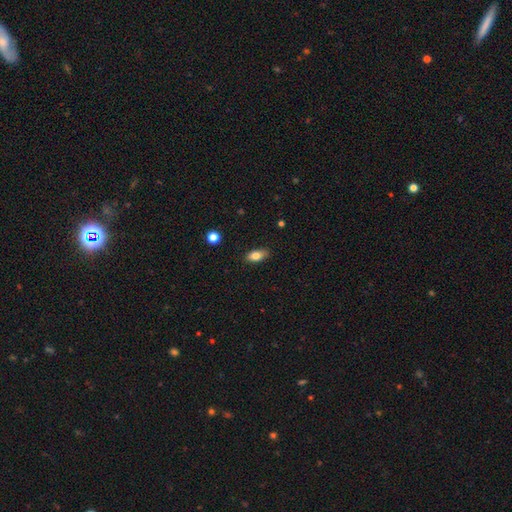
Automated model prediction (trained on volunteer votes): Overall: smooth (81%). How rounded: in between (86%). Merging: none (84%).